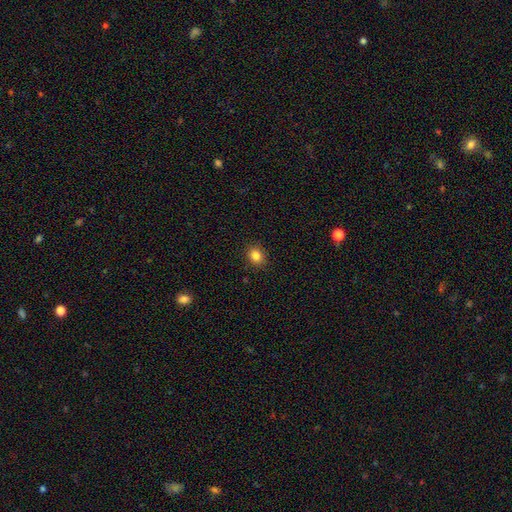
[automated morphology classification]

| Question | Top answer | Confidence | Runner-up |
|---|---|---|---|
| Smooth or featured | smooth | 83% | star or artifact (11%) |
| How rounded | round | 65% | in between (34%) |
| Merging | none | 89% | minor disturbance (8%) |